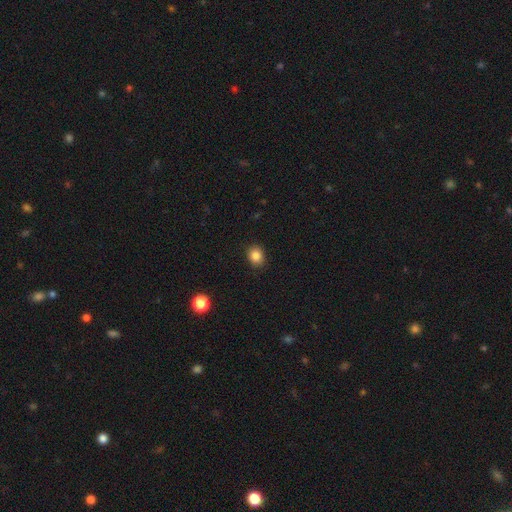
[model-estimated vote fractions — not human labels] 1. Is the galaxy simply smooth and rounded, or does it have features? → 86% smooth, 10% star or artifact, 4% featured or disk.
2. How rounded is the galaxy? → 59% round, 40% in between, 1% cigar-shaped.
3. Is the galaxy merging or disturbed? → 88% none, 9% minor disturbance, 2% major disturbance, 1% merger.